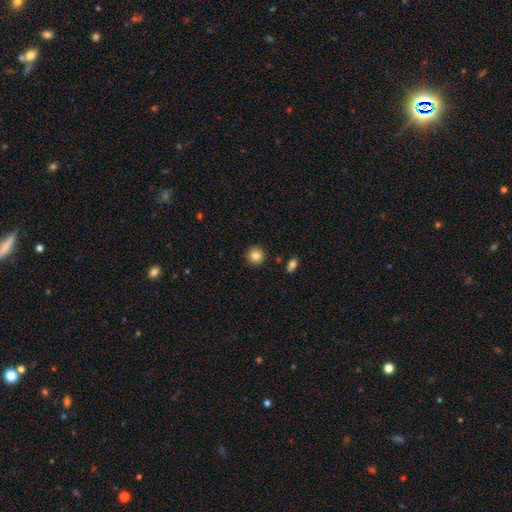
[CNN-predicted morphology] smooth-or-featured: smooth: 85% | star or artifact: 9% | featured or disk: 6%
  how-rounded: round: 94% | in between: 5% | cigar-shaped: 1%
  merging: none: 91% | minor disturbance: 5% | major disturbance: 2% | merger: 2%